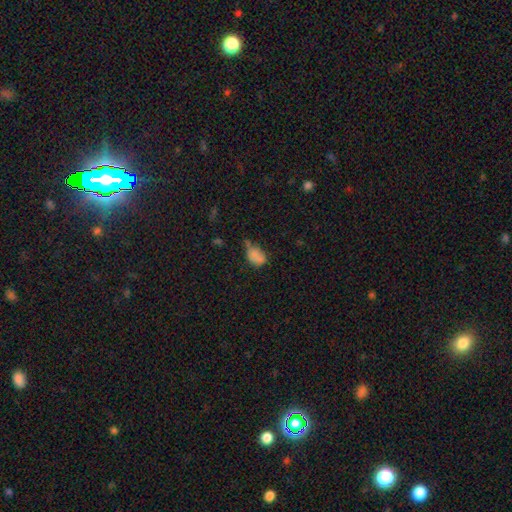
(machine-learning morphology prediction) The model was most divided on "merging": minor disturbance: 39%, none: 32%, major disturbance: 18%, merger: 11%. More confident: how rounded — in between (77%); smooth or featured — smooth (77%).